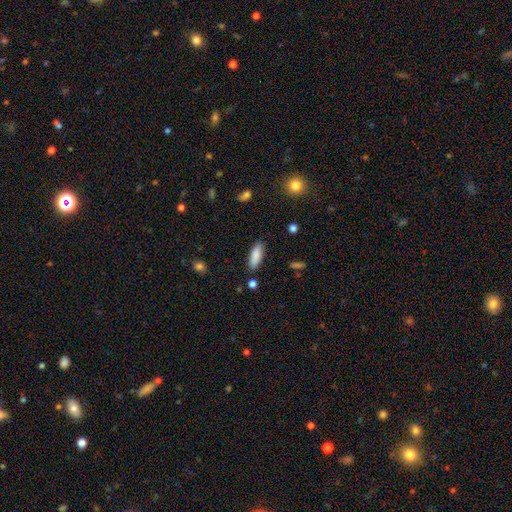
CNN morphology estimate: smooth 86%, featured or disk 7%, star or artifact 6%. Down the decision tree: how rounded — in between (63%); merging — none (86%).